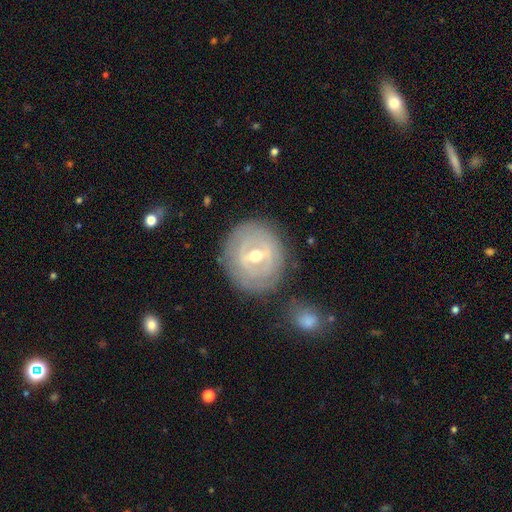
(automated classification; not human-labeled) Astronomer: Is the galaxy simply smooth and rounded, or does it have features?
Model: featured or disk — 75%.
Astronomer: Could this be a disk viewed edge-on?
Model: no — 95%.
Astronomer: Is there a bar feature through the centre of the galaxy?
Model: weak — 49% (runner-up: strong, 35%).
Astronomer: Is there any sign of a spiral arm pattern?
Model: yes — 57% (runner-up: no, 43%).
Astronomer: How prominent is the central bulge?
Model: moderate — 70%.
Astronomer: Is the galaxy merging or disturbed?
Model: none — 79%.